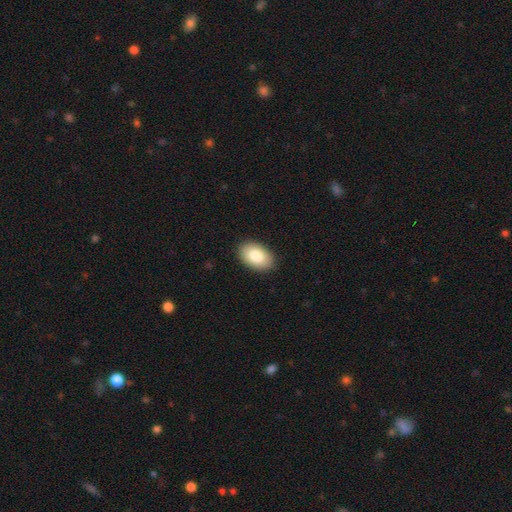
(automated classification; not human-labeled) This appears to be a smooth galaxy with no disk features (86%) that is in between round and cigar-shaped (92%). Merging: none (89%).